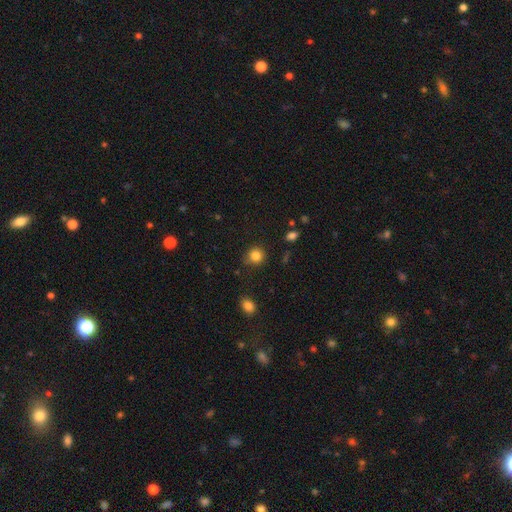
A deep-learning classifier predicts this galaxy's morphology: Smooth or featured: smooth — 84% (star or artifact — 11%)
How rounded: round — 88% (in between — 11%)
Merging: none — 83% (minor disturbance — 12%)